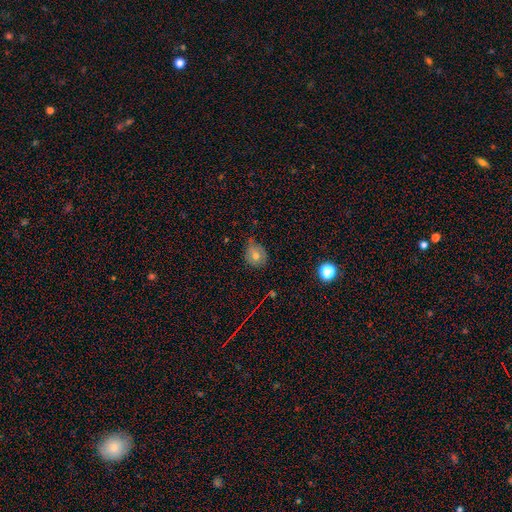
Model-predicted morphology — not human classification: The model was most divided on "merging": none: 58%, minor disturbance: 33%, major disturbance: 6%, merger: 2%. More confident: how rounded — round (70%); smooth or featured — smooth (69%).